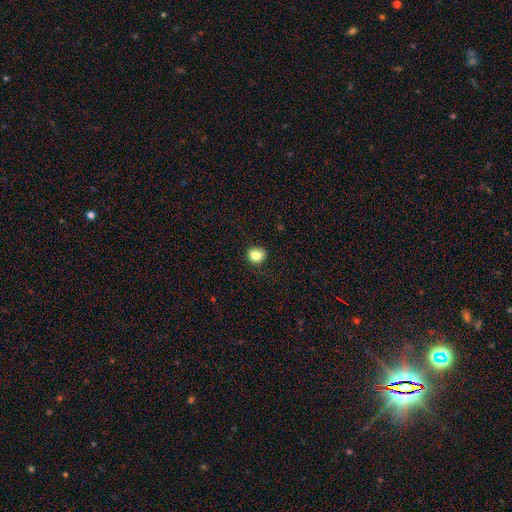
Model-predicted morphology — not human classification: Overall: smooth (83%). How rounded: round (72%). Merging: none (84%).